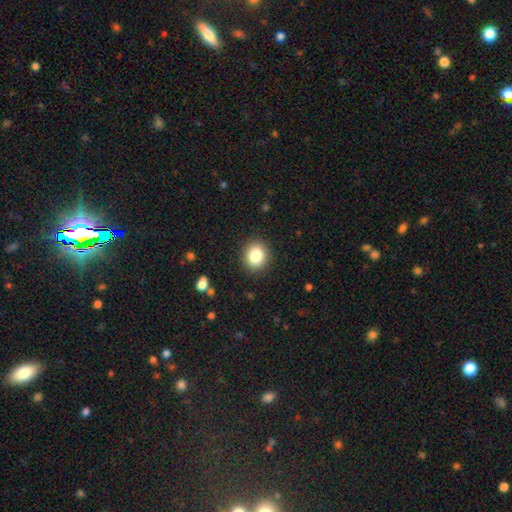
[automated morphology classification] smooth_or_featured: smooth (p=0.83) [alt: star or artifact p=0.10]
how_rounded: round (p=0.74) [alt: in between p=0.25]
merging: none (p=0.90) [alt: minor disturbance p=0.07]